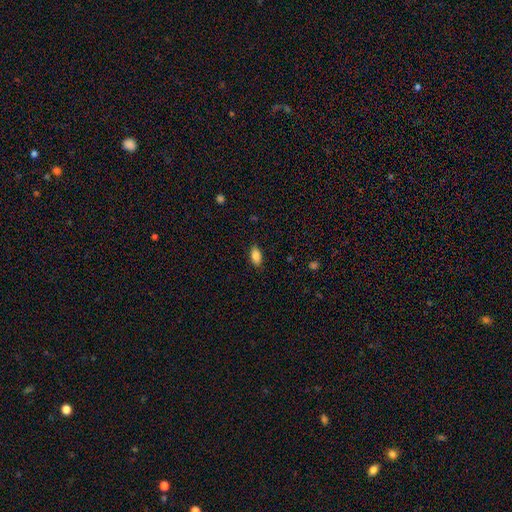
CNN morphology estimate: Smooth or featured: smooth — 87% (star or artifact — 8%)
How rounded: in between — 90% (cigar-shaped — 5%)
Merging: none — 87% (minor disturbance — 10%)